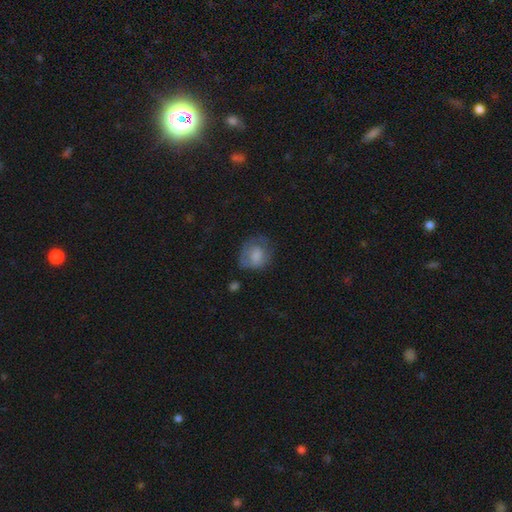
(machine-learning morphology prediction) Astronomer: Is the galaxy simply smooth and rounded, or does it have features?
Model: smooth — 72%.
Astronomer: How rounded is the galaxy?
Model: round — 63%.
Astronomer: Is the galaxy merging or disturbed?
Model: none — 51% (runner-up: minor disturbance, 29%).